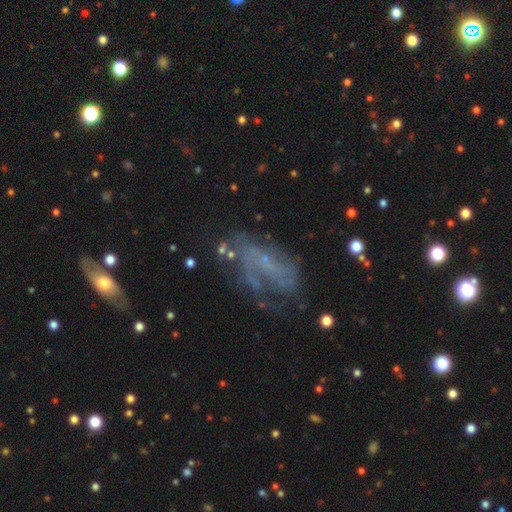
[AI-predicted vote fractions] Smooth or featured: featured or disk — 66% (smooth — 21%)
Edge-on disk: no — 95% (yes — 5%)
Bar: no — 63% (weak — 28%)
Spiral arms: yes — 66% (no — 34%)
Bulge size: small — 47% (none — 42%)
Merging: none — 42% (major disturbance — 29%)